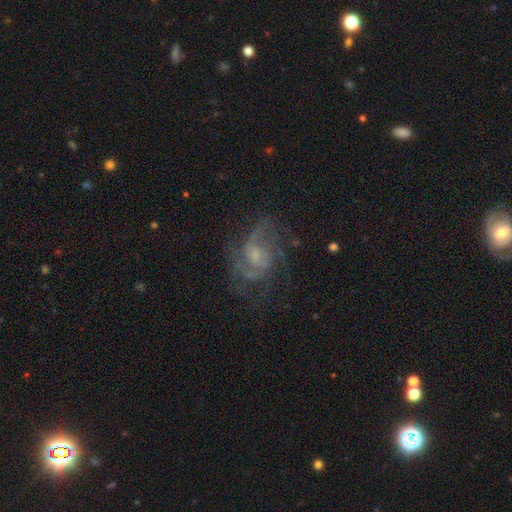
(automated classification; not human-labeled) This is likely a featured or disk galaxy (79%). It is clearly not viewed edge-on (97%). Bar: possibly no (57%). Spiral arm pattern: clearly yes (89%). Spiral arm count: marginally 2 (42%). Spiral winding: possibly medium (50%). Central bulge: possibly small (54%). Merging: possibly none (59%).